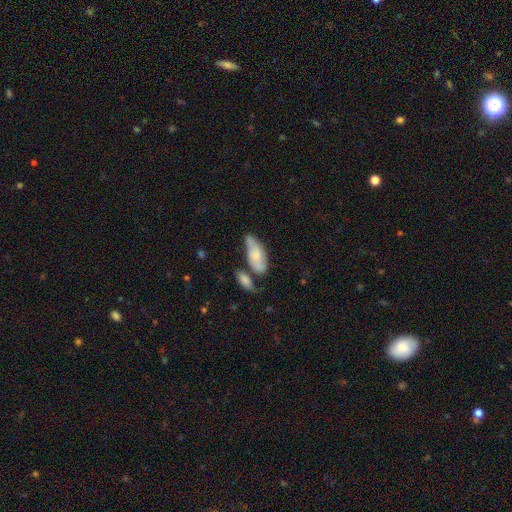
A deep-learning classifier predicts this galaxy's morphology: Smooth or featured?
  - smooth: 60% *
  - featured or disk: 34%
  - star or artifact: 6%
How rounded?
  - in between: 84% *
  - cigar-shaped: 13%
  - round: 3%
Merging?
  - none: 40% *
  - minor disturbance: 27%
  - merger: 23%
  - major disturbance: 10%